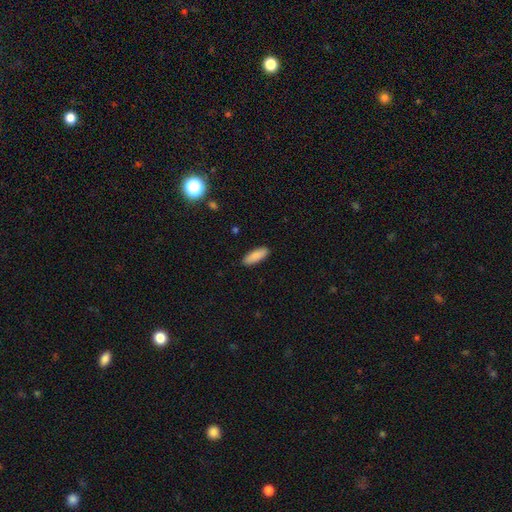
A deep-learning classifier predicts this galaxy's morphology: smooth 89%, star or artifact 6%, featured or disk 5%. Down the decision tree: how rounded — in between (67%); merging — none (90%).